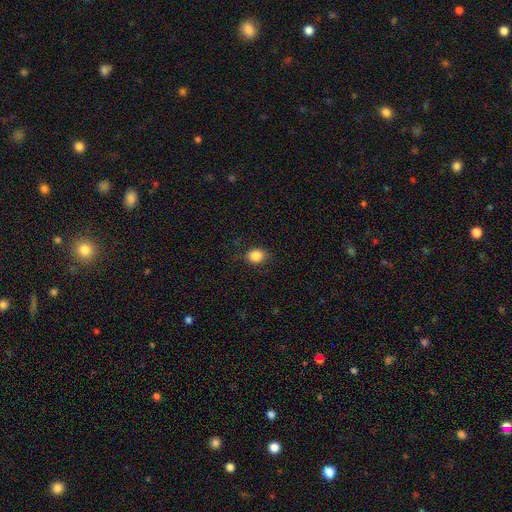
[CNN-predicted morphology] Smooth or featured: smooth — 85% (star or artifact — 10%)
How rounded: round — 57% (in between — 42%)
Merging: none — 83% (minor disturbance — 12%)